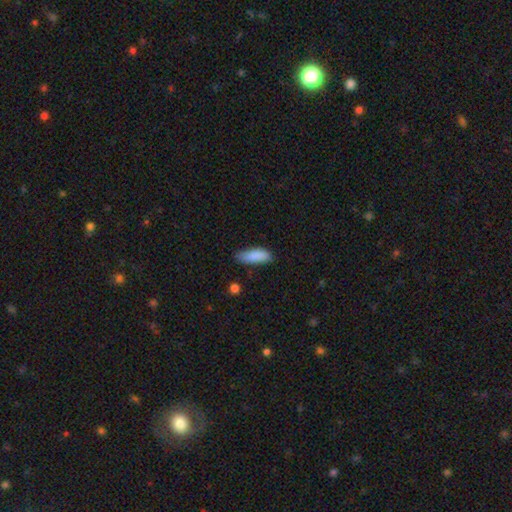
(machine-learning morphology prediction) Overall: smooth (87%). How rounded: in between (61%; cigar-shaped 37%). Merging: none (69%).